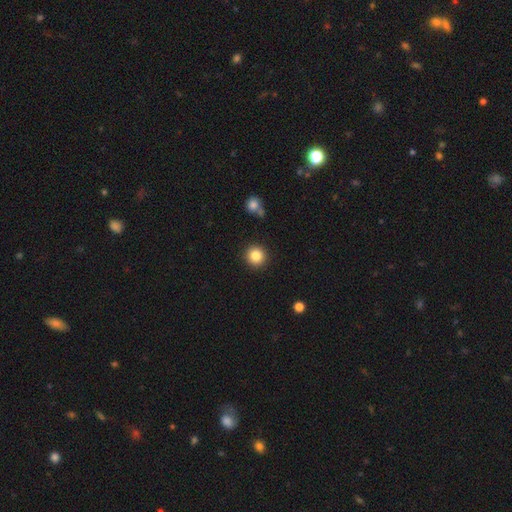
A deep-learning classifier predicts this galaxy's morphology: type=smooth (84%); roundness=round (95%); merging=none (91%).